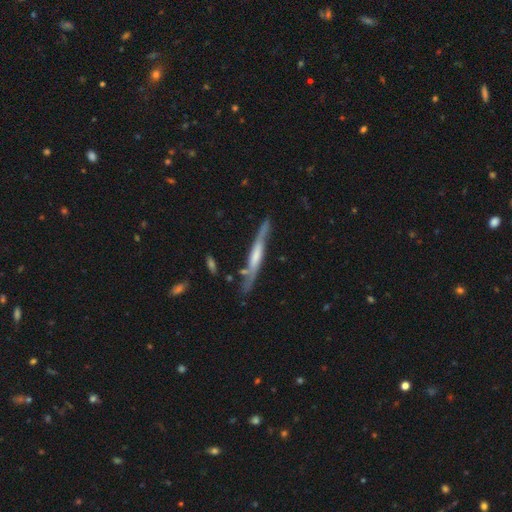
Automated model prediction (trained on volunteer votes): A featured or disk galaxy (67%) viewed edge-on (83%) with no central bulge (39%).

Vote fractions:
- Smooth or featured? featured or disk: 67% / smooth: 28% / star or artifact: 6%
- Edge-on disk? yes: 83% / no: 17%
- Edge-on bulge? none: 39% / rounded: 35% / boxy: 27%
- Merging? none: 71% / minor disturbance: 20% / major disturbance: 5% / merger: 4%